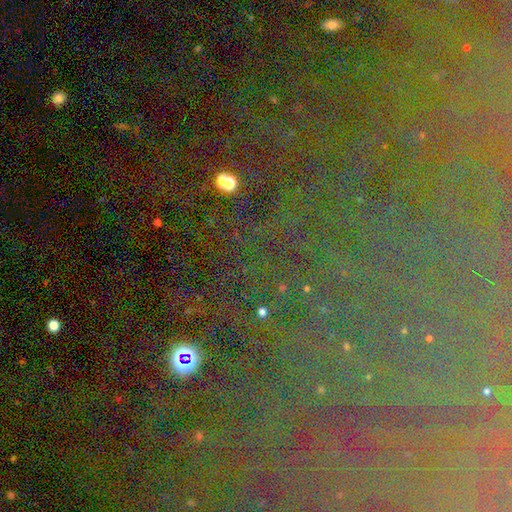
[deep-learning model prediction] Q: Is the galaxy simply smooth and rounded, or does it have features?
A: star or artifact — 80%.